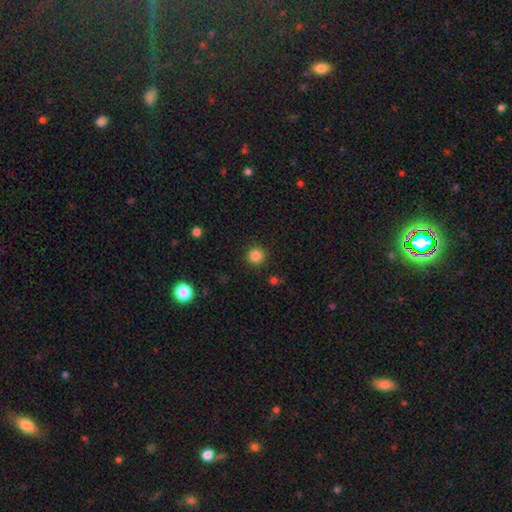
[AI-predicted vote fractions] The model was most divided on "smooth or featured": smooth: 84%, star or artifact: 12%, featured or disk: 4%. More confident: how rounded — round (95%); merging — none (91%).